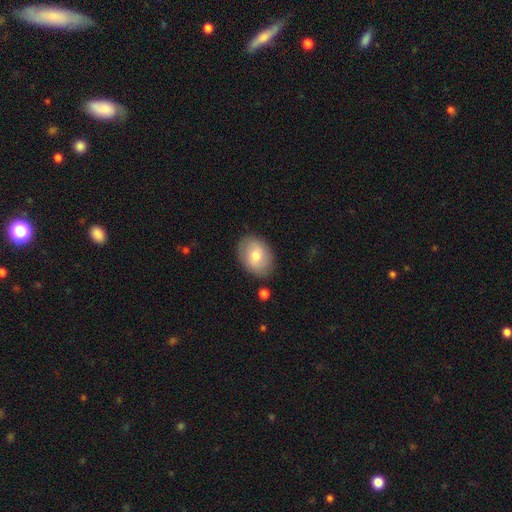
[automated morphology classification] A smooth galaxy with no disk features (66%) that is in between round and cigar-shaped (71%). Merging: none (83%).